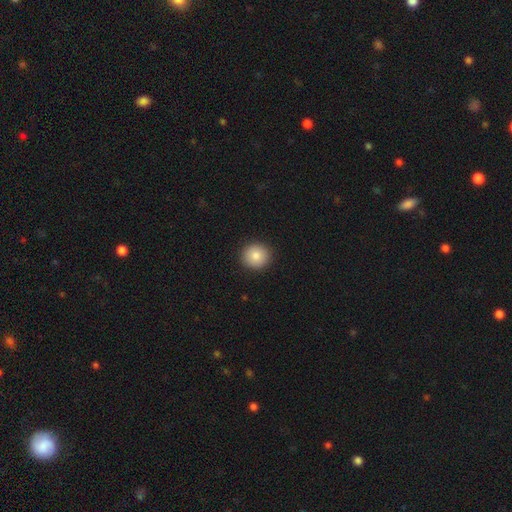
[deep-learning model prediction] This appears to be a smooth galaxy with no disk features (85%) that is round (93%). Merging: none (93%).